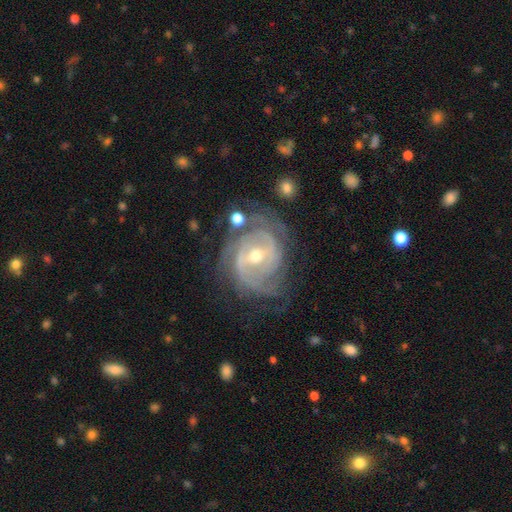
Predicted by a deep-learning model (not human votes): A featured or disk galaxy (90%) with a weak bar (49%), 2 (30%) tight (62%) spiral arms (96%) and a moderate central bulge (57%). Merging: none (67%).